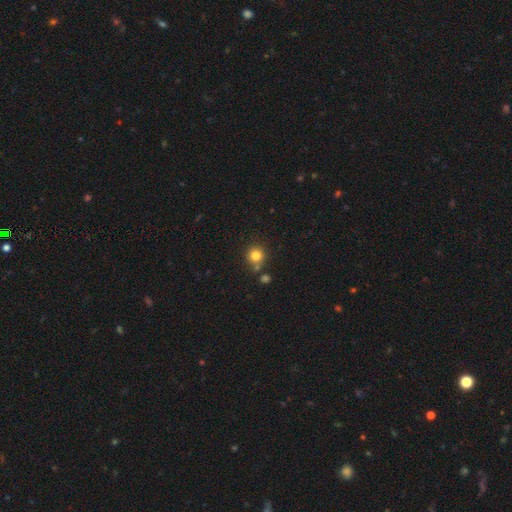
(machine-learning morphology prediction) This is clearly a smooth galaxy (82%). How rounded: clearly round (92%). Merging: likely none (76%).